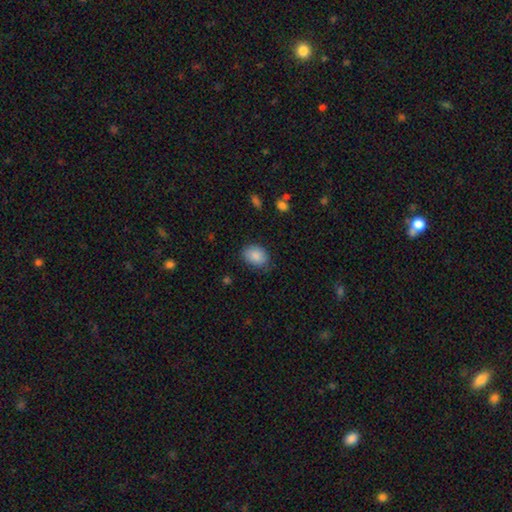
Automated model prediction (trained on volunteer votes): Overall: smooth (88%). How rounded: in between (70%). Merging: none (76%).